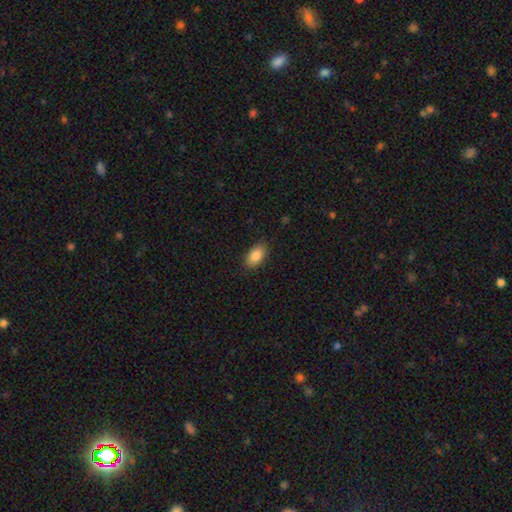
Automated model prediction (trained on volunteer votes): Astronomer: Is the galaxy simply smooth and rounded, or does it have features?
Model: smooth — 87%.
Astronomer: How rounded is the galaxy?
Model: in between — 92%.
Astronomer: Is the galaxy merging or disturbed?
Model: none — 87%.